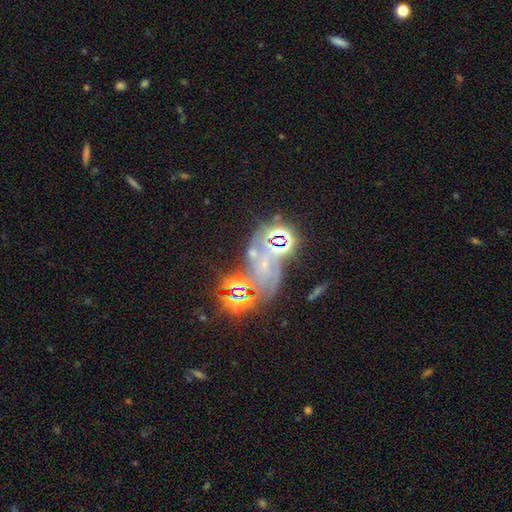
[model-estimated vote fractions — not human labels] Smooth or featured? star or artifact (45%)